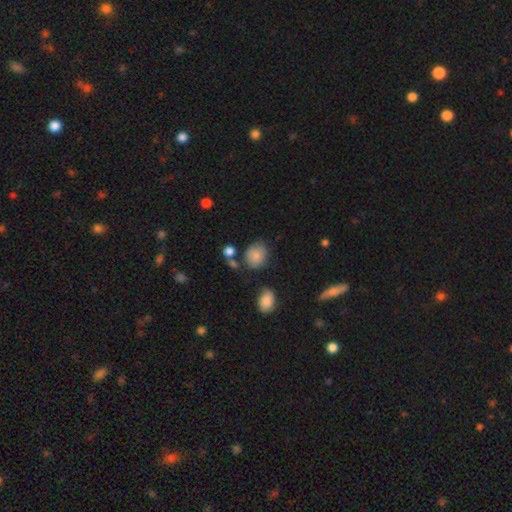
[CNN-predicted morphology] smooth 84%, star or artifact 9%, featured or disk 7%. Down the decision tree: how rounded — round (63%); merging — none (69%).